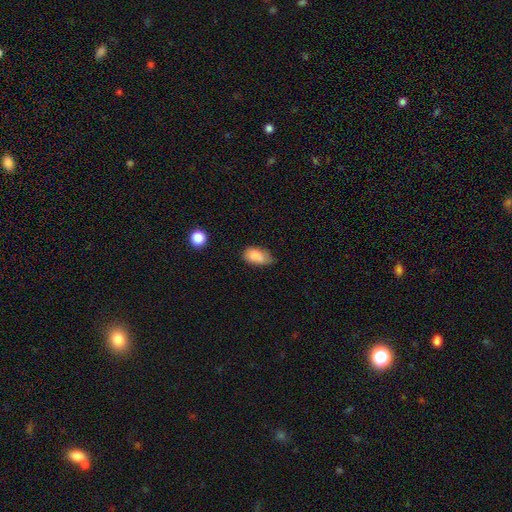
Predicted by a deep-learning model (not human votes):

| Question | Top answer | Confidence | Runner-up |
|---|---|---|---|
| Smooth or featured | smooth | 84% | star or artifact (8%) |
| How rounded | in between | 91% | round (6%) |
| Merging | none | 50% | minor disturbance (39%) |